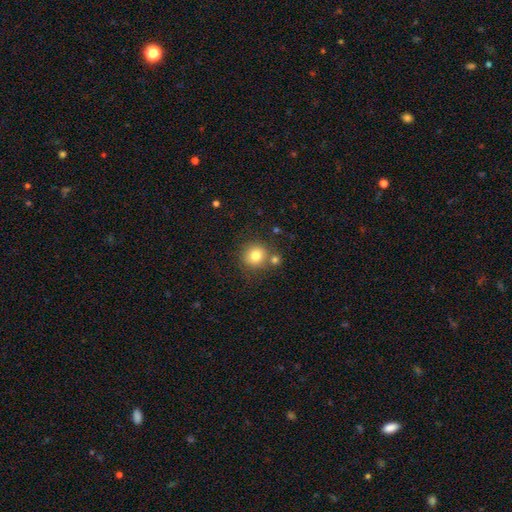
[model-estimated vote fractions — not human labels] Q: Smooth or featured?
A: smooth (80%); runner-up: star or artifact (11%)
Q: How rounded?
A: round (91%); runner-up: in between (8%)
Q: Merging?
A: none (71%); runner-up: merger (16%)